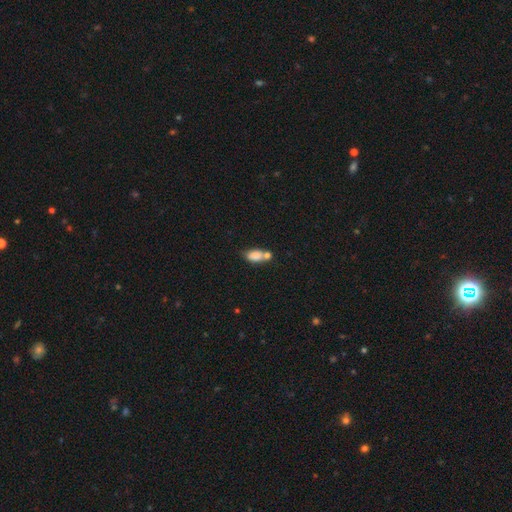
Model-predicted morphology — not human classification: This is clearly a smooth galaxy (81%). How rounded: clearly in between (84%). Merging: marginally merger (43%).